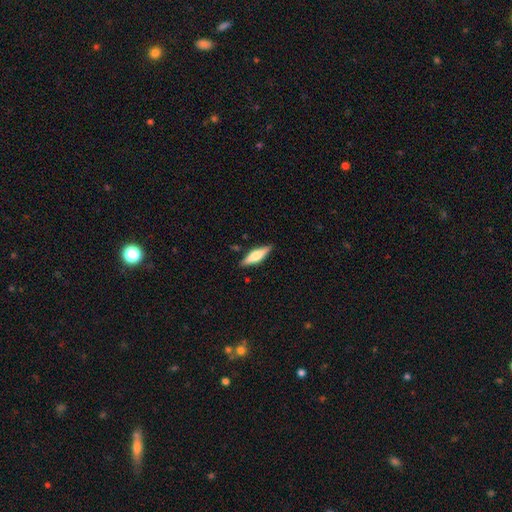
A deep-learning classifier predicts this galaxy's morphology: Overall: smooth (50%; featured or disk 44%). How rounded: cigar-shaped (64%; in between 34%). Merging: none (86%).